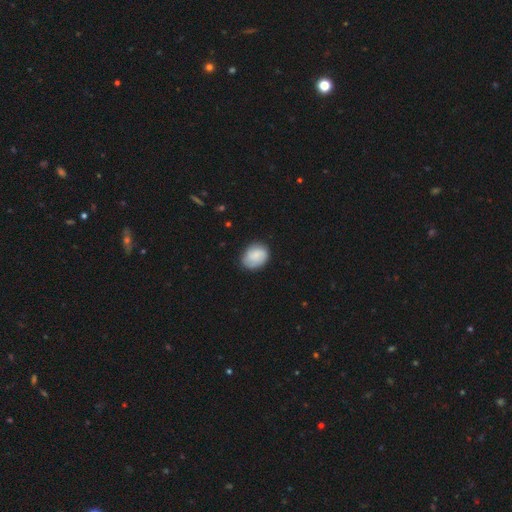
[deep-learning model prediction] Smooth or featured? smooth (78%)
How rounded? in between (56%)
Merging? none (77%)